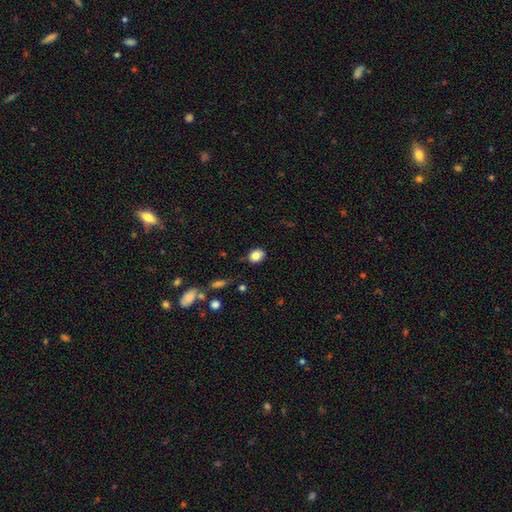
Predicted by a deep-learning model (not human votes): smooth 83%, star or artifact 9%, featured or disk 8%. Down the decision tree: how rounded — in between (54%); merging — none (77%).